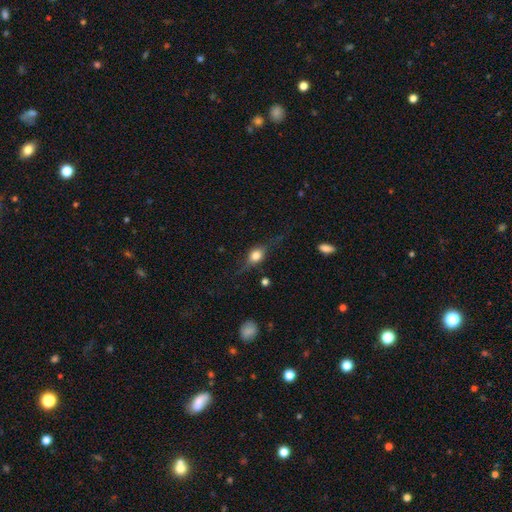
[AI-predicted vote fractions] Smooth or featured? Predicted: smooth (p=0.47). Merging? Predicted: none (p=0.62).